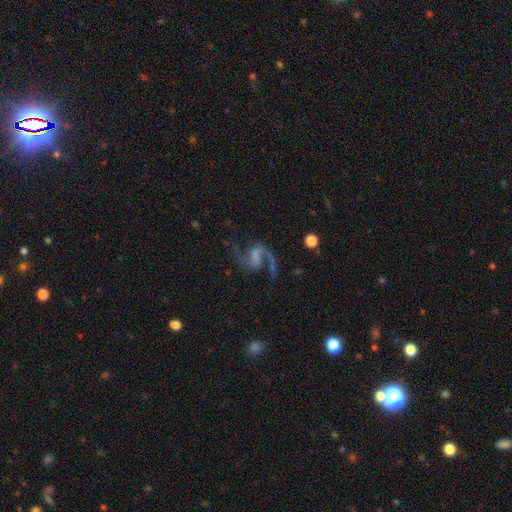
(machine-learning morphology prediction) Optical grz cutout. It shows a featured or disk galaxy (89%) with a weak bar (46%), 2 (91%) loose (56%) spiral arms (97%) and no central bulge (51%). Merging: none (68%).